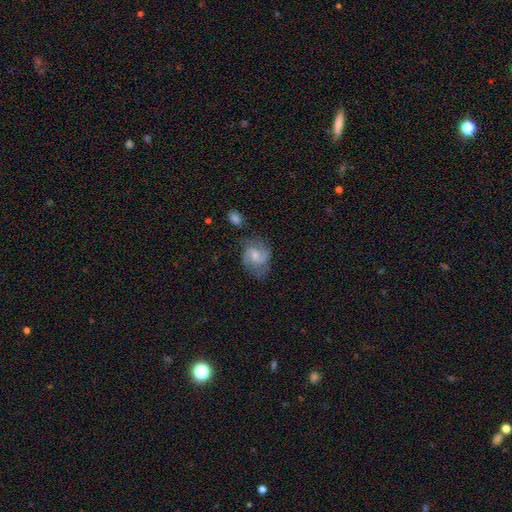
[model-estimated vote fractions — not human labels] Smooth or featured? featured or disk (78%)
Edge-on disk? no (98%)
Bar? weak (48%)
Spiral arms? yes (95%)
Spiral winding? medium (53%)
Spiral arm count? 2 (80%)
Bulge size? small (53%)
Merging? none (64%)